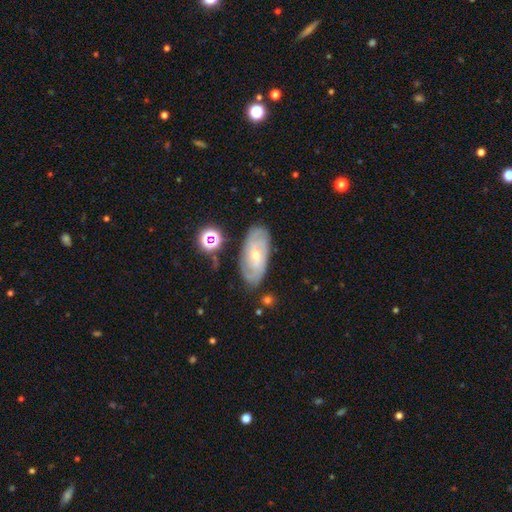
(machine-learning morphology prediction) A featured or disk galaxy (70%) with no bar (65%), tight (64%) spiral arms (86%) and a small central bulge (67%). Merging: none (80%).